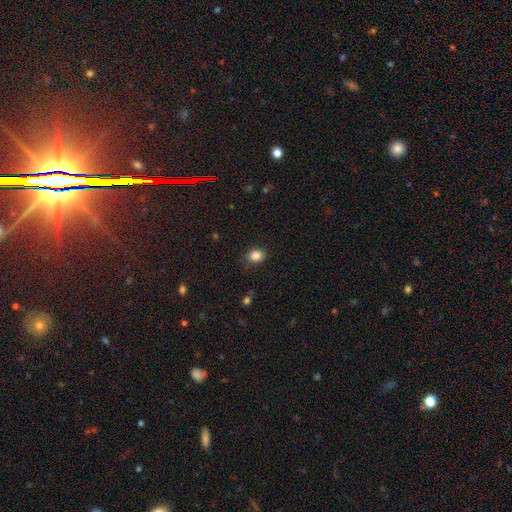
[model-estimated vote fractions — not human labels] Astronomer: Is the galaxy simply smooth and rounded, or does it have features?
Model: smooth — 85%.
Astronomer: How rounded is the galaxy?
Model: round — 54% (runner-up: in between, 46%).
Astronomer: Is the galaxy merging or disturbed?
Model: none — 85%.